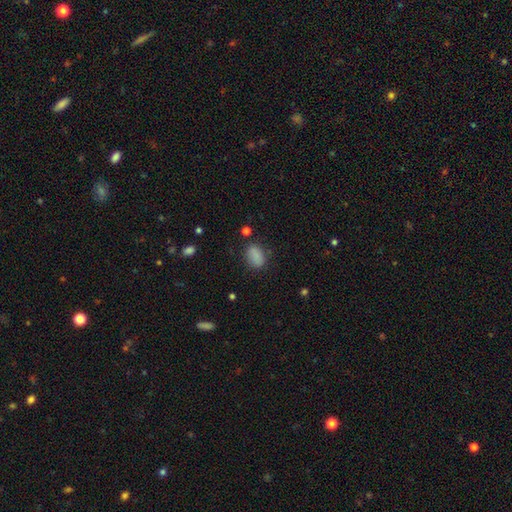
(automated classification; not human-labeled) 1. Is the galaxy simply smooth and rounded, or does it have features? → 85% smooth, 10% star or artifact, 5% featured or disk.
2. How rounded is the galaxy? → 84% in between, 14% round, 2% cigar-shaped.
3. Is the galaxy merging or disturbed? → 75% none, 17% minor disturbance, 5% major disturbance, 2% merger.